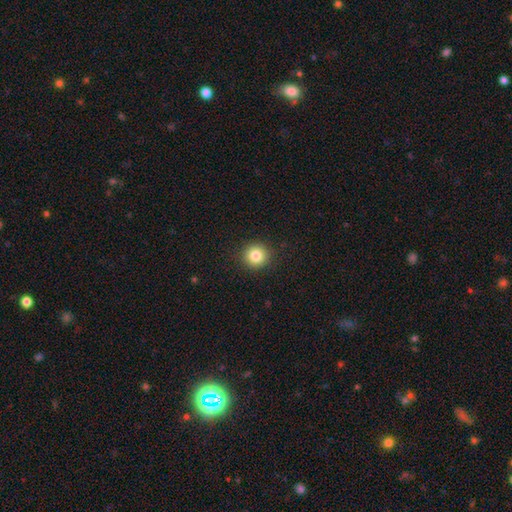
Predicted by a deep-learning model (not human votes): Smooth or featured: smooth — 83% (star or artifact — 11%)
How rounded: round — 94% (in between — 5%)
Merging: none — 91% (minor disturbance — 6%)